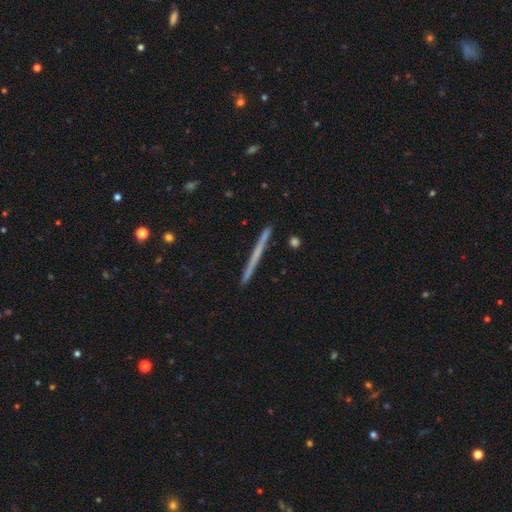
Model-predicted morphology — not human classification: type=featured or disk (52%); edge-on=yes (98%); edge-on bulge=none (90%); merging=none (92%).